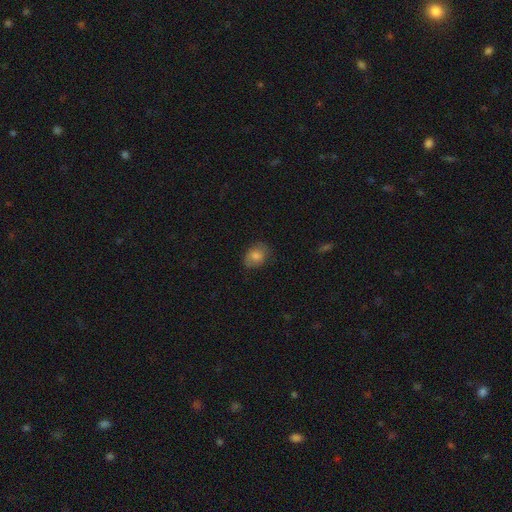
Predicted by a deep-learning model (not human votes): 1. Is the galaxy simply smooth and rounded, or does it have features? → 76% smooth, 14% featured or disk, 10% star or artifact.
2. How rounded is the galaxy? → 52% in between, 47% round, 1% cigar-shaped.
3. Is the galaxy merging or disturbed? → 74% none, 20% minor disturbance, 5% major disturbance, 1% merger.